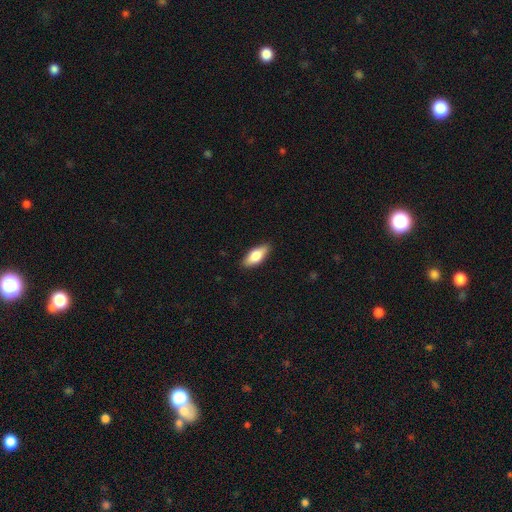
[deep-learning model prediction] smooth-or-featured: smooth: 74% | featured or disk: 20% | star or artifact: 6%
  how-rounded: in between: 79% | cigar-shaped: 18% | round: 3%
  merging: none: 88% | minor disturbance: 10% | major disturbance: 2% | merger: 1%